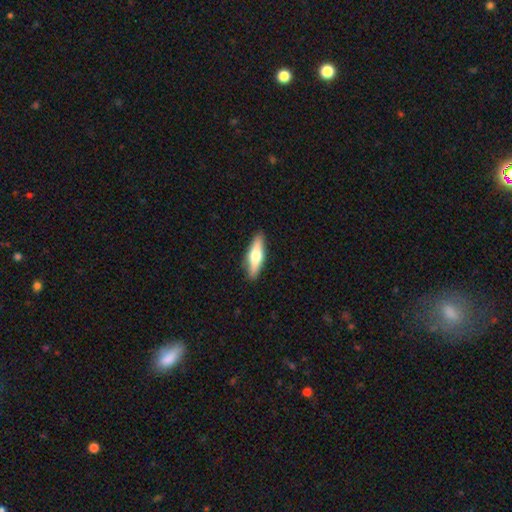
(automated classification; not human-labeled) This appears to be a smooth galaxy with no disk features (54%) that is cigar-shaped (59%). Merging: none (90%).